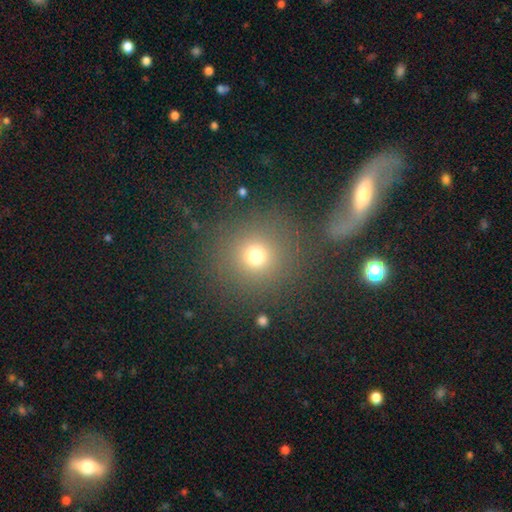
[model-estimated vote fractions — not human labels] Q: Smooth or featured?
A: smooth (71%); runner-up: star or artifact (20%)
Q: How rounded?
A: round (90%); runner-up: in between (9%)
Q: Merging?
A: none (83%); runner-up: minor disturbance (8%)